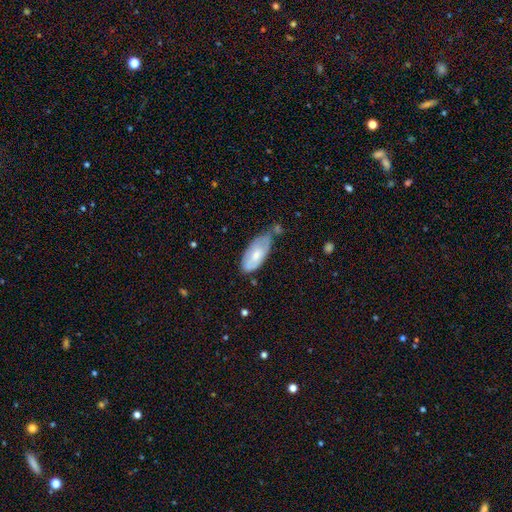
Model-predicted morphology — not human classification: Smooth or featured? smooth (64%)
How rounded? in between (86%)
Merging? none (42%)